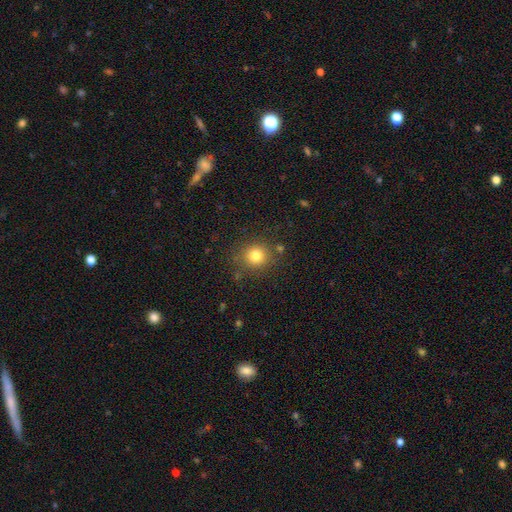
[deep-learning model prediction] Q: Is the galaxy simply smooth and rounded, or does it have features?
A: smooth — 80%.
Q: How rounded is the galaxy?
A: round — 88%.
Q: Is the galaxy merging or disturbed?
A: none — 83%.